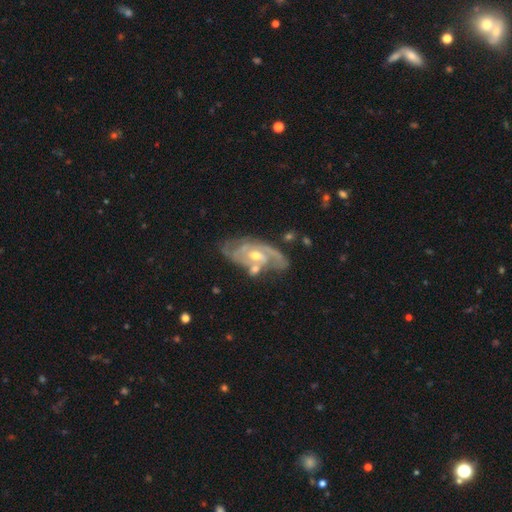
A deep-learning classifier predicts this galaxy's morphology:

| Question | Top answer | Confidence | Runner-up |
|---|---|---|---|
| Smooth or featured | featured or disk | 88% | smooth (7%) |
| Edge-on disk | no | 95% | yes (5%) |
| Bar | no | 48% | weak (39%) |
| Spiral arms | yes | 95% | no (5%) |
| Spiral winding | tight | 45% | medium (42%) |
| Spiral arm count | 2 | 60% | can't tell (15%) |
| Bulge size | moderate | 60% | small (35%) |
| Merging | none | 56% | minor disturbance (20%) |